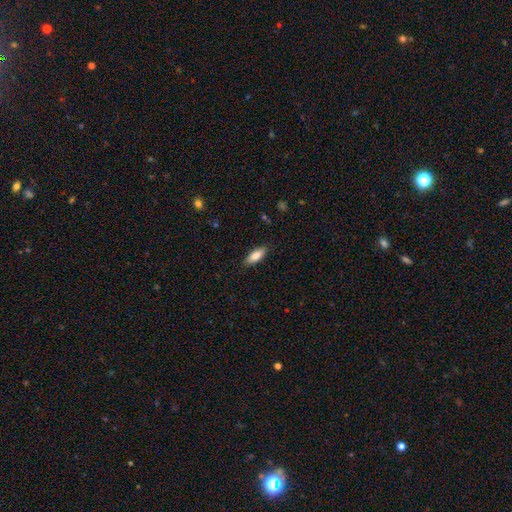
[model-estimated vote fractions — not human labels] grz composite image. It shows a smooth galaxy with no disk features (81%) that is in between round and cigar-shaped (66%). Merging: none (88%).